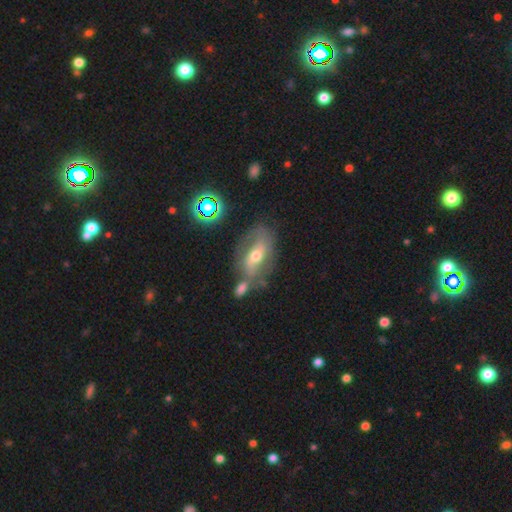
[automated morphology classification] Smooth or featured? Predicted: featured or disk (p=0.66). Edge-on disk? Predicted: no (p=0.88). Bar? Predicted: weak (p=0.34, tied with strong). Spiral arms? Predicted: yes (p=0.74). Bulge size? Predicted: moderate (p=0.58). Merging? Predicted: none (p=0.53).